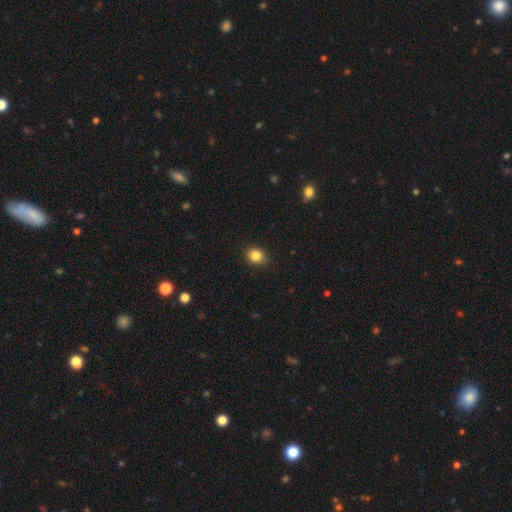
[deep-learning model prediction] Morphology: type=smooth (84%); roundness=round (67%); merging=none (85%).